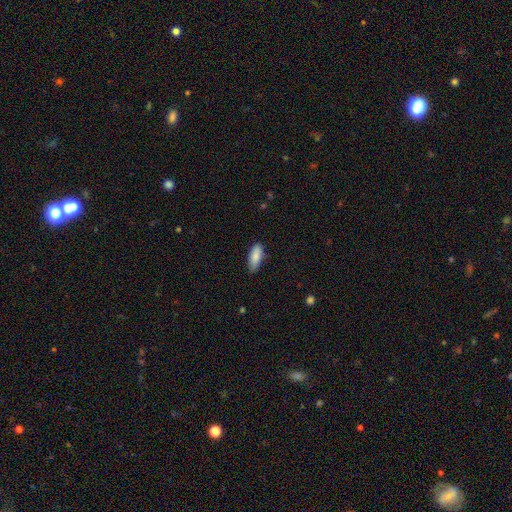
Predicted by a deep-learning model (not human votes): Overall: smooth (88%). How rounded: in between (76%). Merging: none (80%).